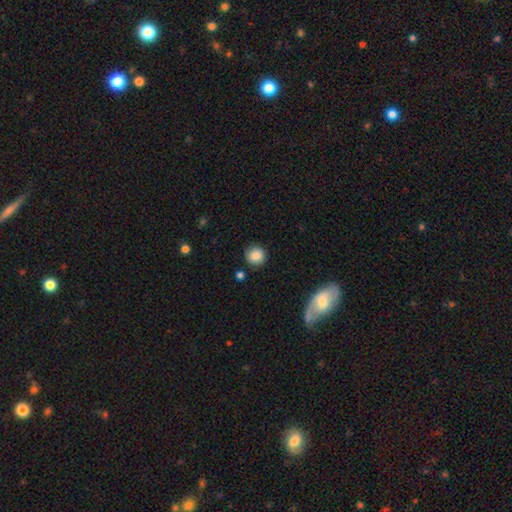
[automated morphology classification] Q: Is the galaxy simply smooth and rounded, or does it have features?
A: smooth — 86%.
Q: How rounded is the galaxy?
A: round — 91%.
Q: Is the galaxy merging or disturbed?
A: none — 86%.